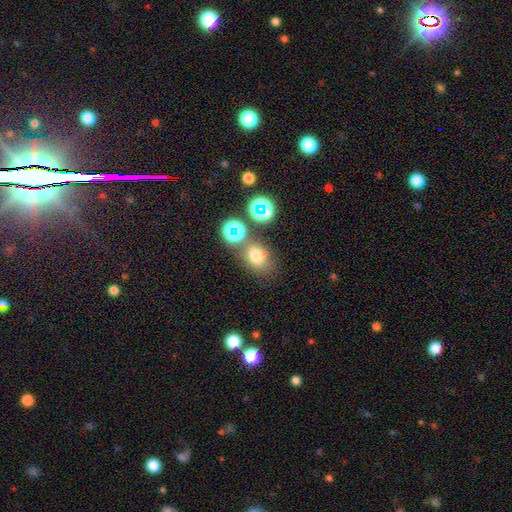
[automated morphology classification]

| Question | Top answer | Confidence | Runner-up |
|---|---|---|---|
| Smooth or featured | smooth | 70% | star or artifact (20%) |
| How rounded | round | 51% | in between (48%) |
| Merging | none | 61% | merger (16%) |